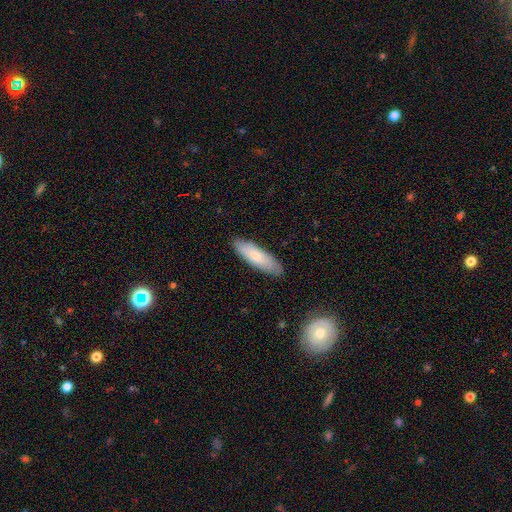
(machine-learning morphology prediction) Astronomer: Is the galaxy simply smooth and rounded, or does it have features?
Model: smooth — 72%.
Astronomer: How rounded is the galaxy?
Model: cigar-shaped — 56% (runner-up: in between, 42%).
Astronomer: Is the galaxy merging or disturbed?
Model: none — 86%.